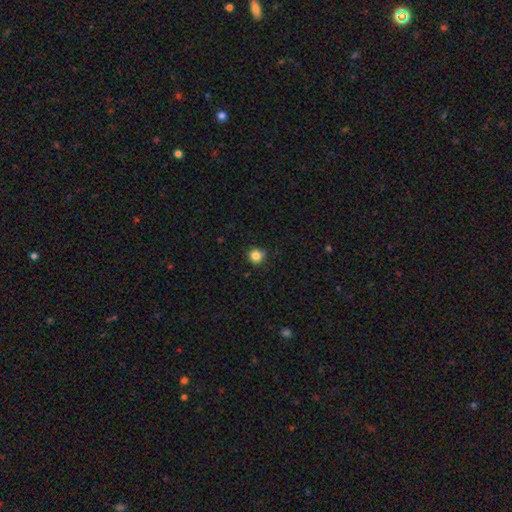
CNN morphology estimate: The model was most divided on "smooth or featured": smooth: 84%, star or artifact: 12%, featured or disk: 4%. More confident: how rounded — round (93%); merging — none (85%).